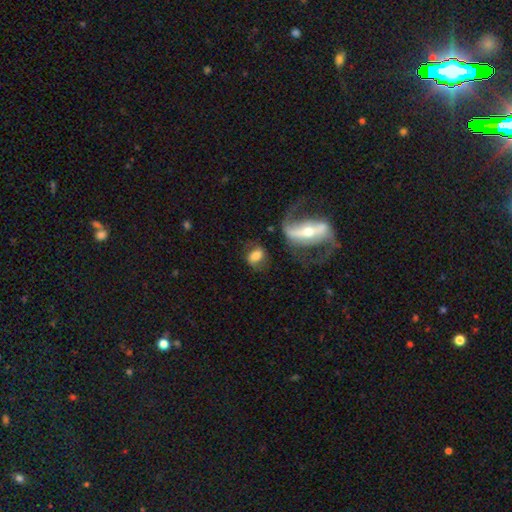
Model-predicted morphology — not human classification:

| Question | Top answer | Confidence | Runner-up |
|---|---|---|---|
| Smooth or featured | smooth | 52% | featured or disk (38%) |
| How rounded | in between | 69% | round (28%) |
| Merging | none | 55% | minor disturbance (19%) |